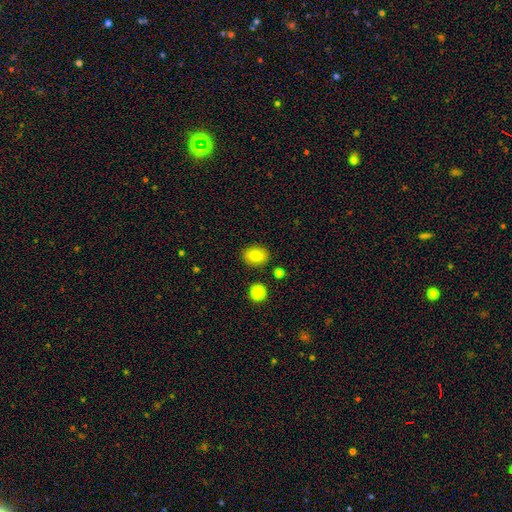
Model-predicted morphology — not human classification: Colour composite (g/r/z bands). It shows a smooth galaxy with no disk features (80%) that is in between round and cigar-shaped (56%). Merging: none (87%).